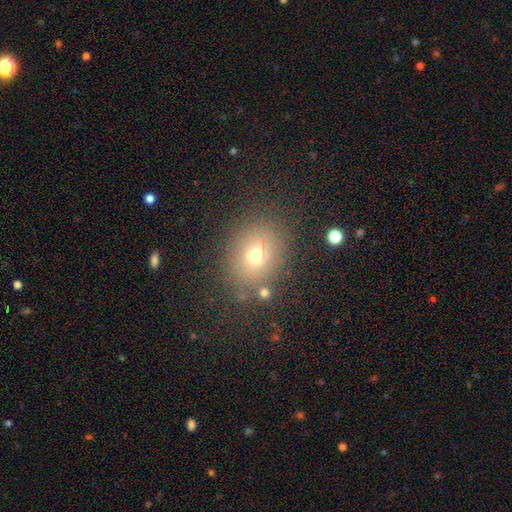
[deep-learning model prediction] This appears to be a smooth galaxy with no disk features (70%) that is round (59%). Merging: none (79%).